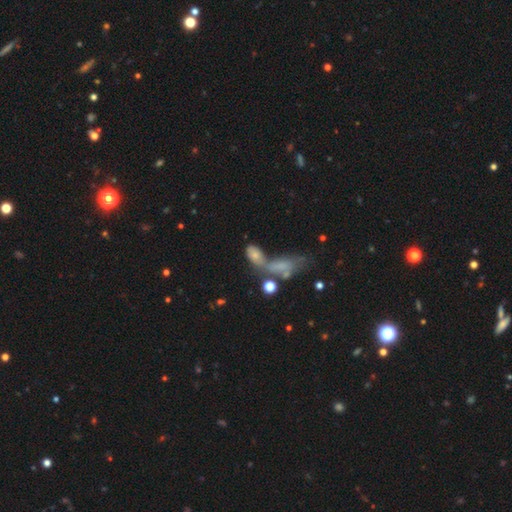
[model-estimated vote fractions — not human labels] Smooth or featured? Predicted: smooth (p=0.66). How rounded? Predicted: in between (p=0.79). Merging? Predicted: merger (p=0.53).